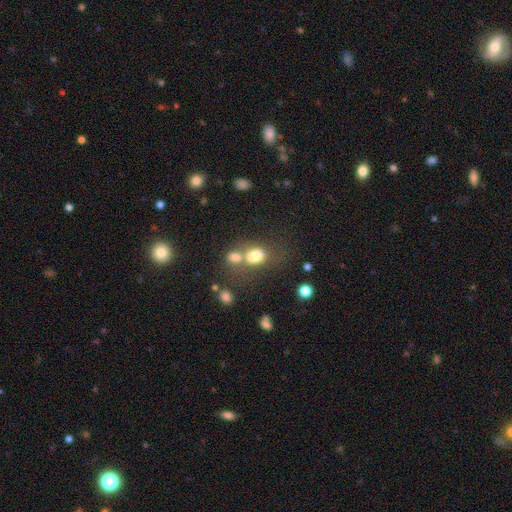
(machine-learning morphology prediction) This is likely a smooth galaxy (74%). How rounded: likely in between (68%). Merging: possibly merger (51%).